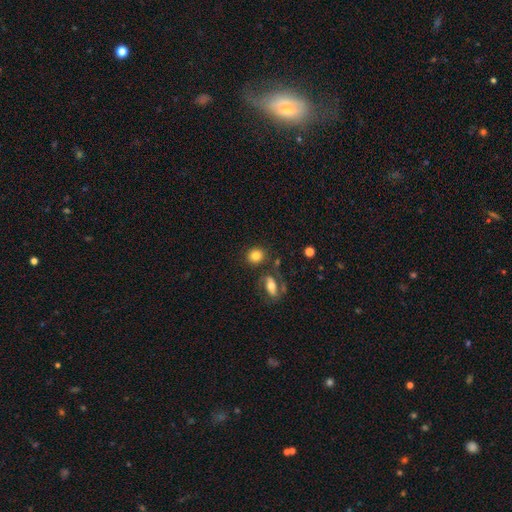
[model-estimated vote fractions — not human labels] Q: Smooth or featured?
A: smooth (81%); runner-up: featured or disk (10%)
Q: How rounded?
A: round (78%); runner-up: in between (20%)
Q: Merging?
A: none (75%); runner-up: merger (11%)